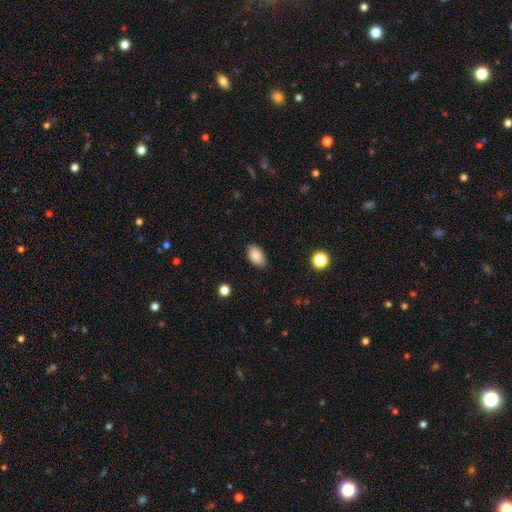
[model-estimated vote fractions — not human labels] This appears to be a smooth galaxy with no disk features (88%) that is in between round and cigar-shaped (93%). Merging: none (82%).